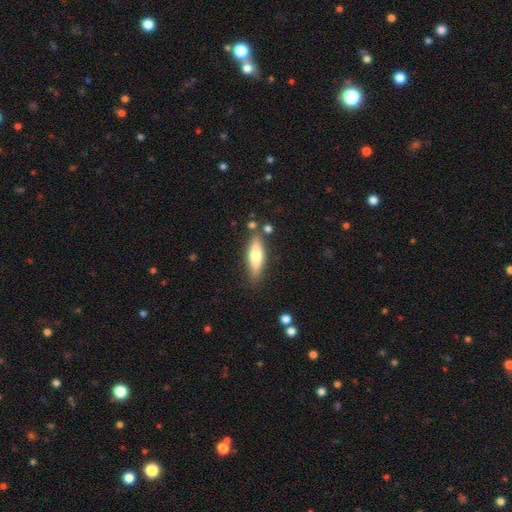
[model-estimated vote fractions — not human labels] Overall: smooth (58%; featured or disk 36%). How rounded: cigar-shaped (60%; in between 38%). Merging: none (80%).